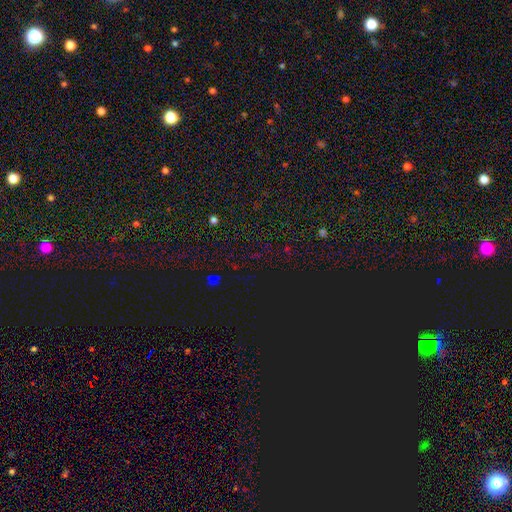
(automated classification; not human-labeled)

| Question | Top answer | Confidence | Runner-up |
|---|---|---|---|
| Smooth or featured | star or artifact | 76% | smooth (17%) |